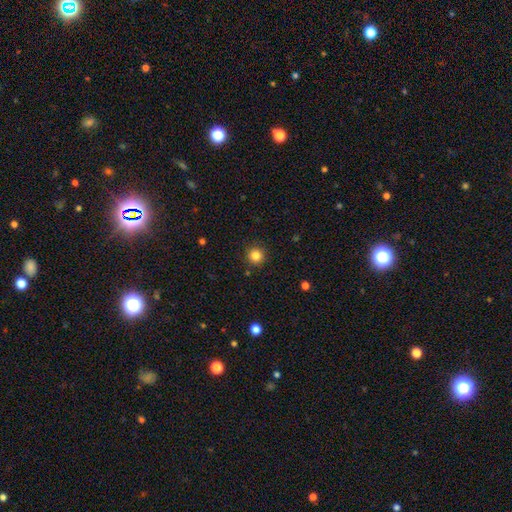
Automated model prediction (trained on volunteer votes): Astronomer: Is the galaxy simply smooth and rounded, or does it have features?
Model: smooth — 84%.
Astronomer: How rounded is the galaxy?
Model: round — 95%.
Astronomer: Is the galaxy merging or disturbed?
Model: none — 91%.